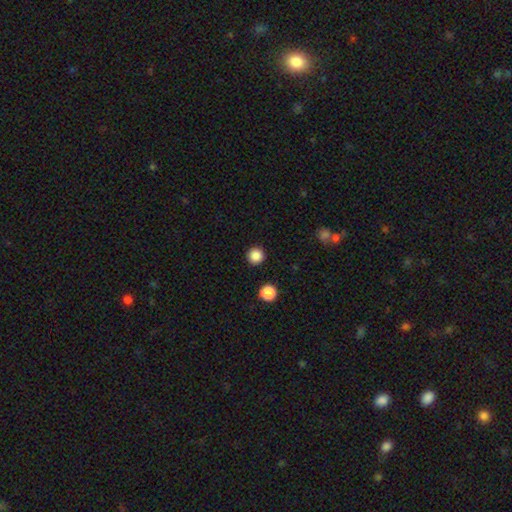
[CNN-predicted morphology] Overall: smooth (87%). How rounded: round (96%). Merging: none (93%).